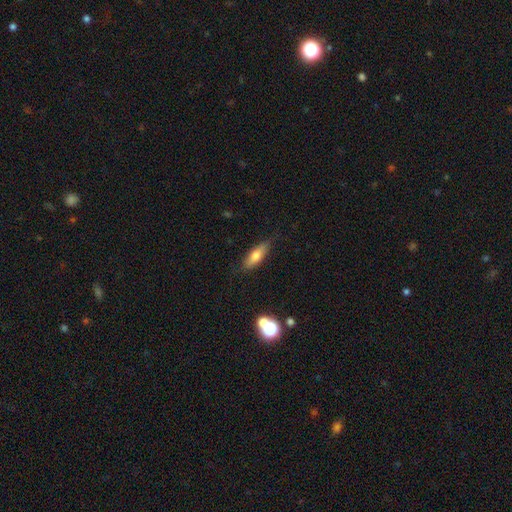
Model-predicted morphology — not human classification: Smooth or featured? Predicted: smooth (p=0.66). How rounded? Predicted: in between (p=0.55). Merging? Predicted: none (p=0.80).